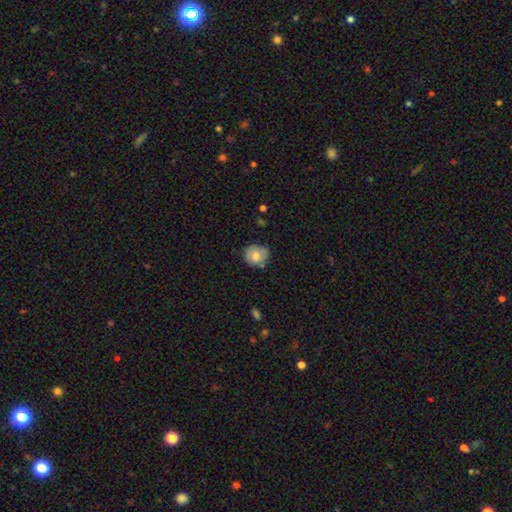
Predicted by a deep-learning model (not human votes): Smooth or featured? smooth (74%)
How rounded? round (78%)
Merging? none (67%)